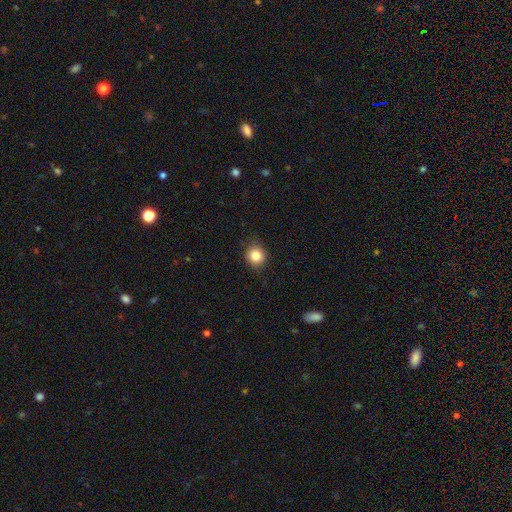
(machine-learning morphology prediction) Smooth or featured? Predicted: smooth (p=0.84). How rounded? Predicted: round (p=0.83). Merging? Predicted: none (p=0.86).